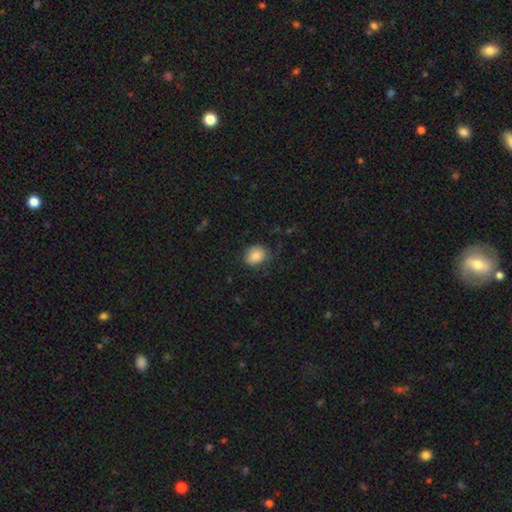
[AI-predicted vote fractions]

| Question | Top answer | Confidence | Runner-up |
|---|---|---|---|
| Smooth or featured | smooth | 86% | star or artifact (9%) |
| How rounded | in between | 50% | round (49%) |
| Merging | none | 78% | minor disturbance (16%) |